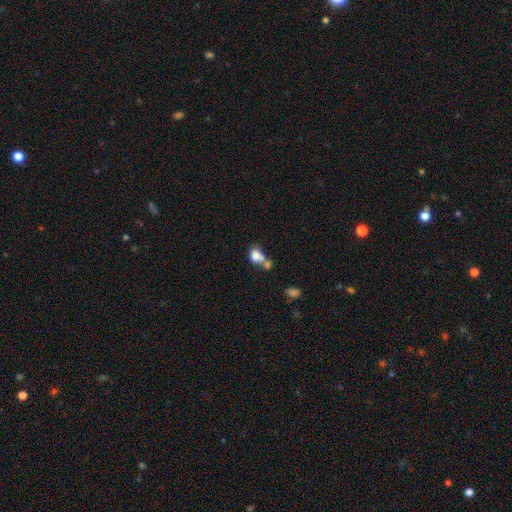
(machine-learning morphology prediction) smooth 77%, featured or disk 14%, star or artifact 10%. Down the decision tree: how rounded — in between (53%); merging — merger (54%).